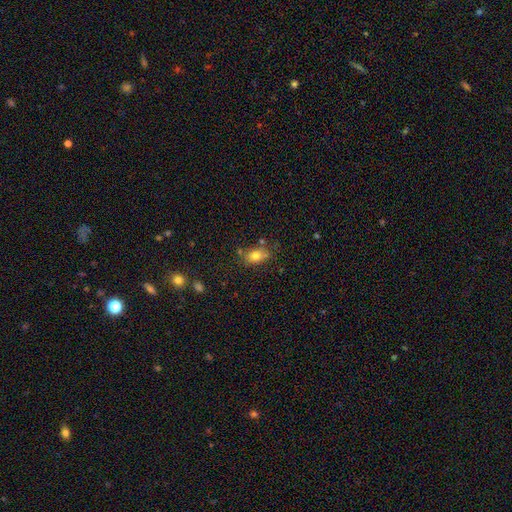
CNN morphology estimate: This appears to be a smooth galaxy with no disk features (76%) that is in between round and cigar-shaped (80%). Merging: none (68%).